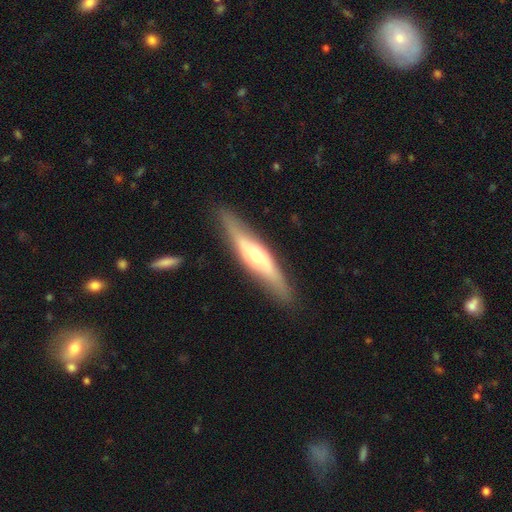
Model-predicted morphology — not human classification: A featured or disk galaxy (61%) viewed edge-on (77%). Merging: none (85%).